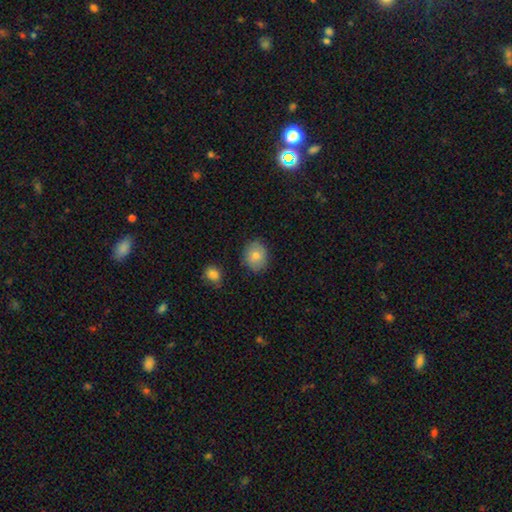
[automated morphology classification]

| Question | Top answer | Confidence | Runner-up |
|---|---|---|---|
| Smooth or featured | smooth | 77% | featured or disk (14%) |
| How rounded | round | 60% | in between (39%) |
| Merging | none | 83% | minor disturbance (13%) |